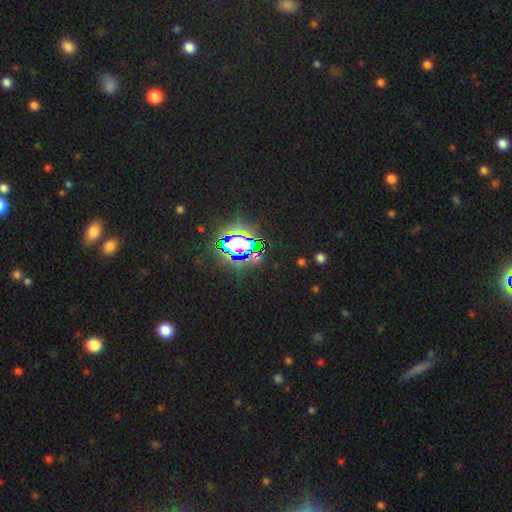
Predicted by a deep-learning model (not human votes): A star or artifact, not a galaxy (76%).

Vote fractions:
- Smooth or featured? star or artifact: 76% / smooth: 14% / featured or disk: 9%